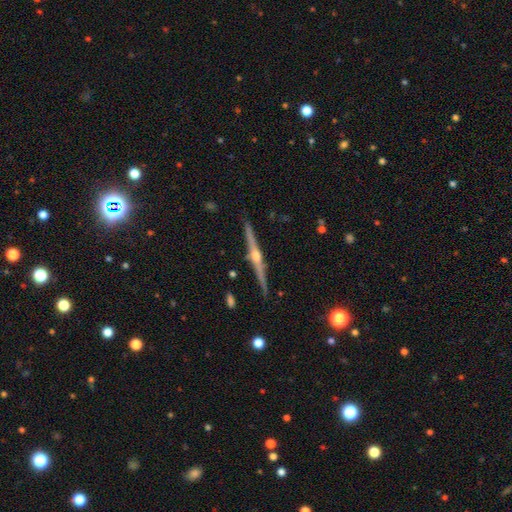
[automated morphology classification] type=featured or disk (88%); edge-on=yes (99%); edge-on bulge=rounded (93%); merging=none (92%).